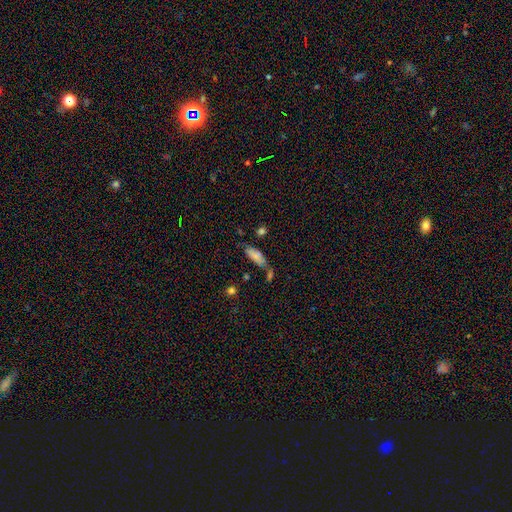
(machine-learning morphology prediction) A smooth galaxy with no disk features (77%) that is in between round and cigar-shaped (70%). Merging: none (51%).